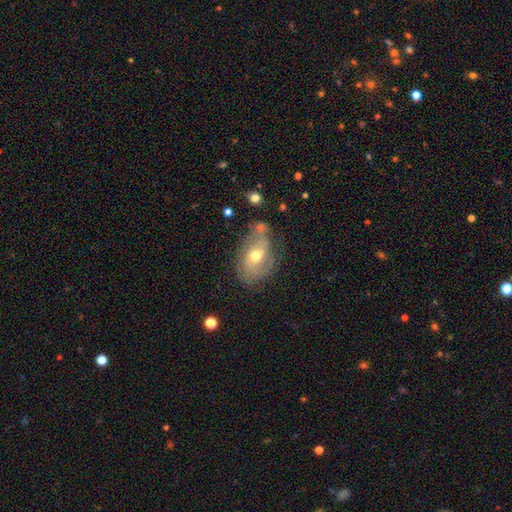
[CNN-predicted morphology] Smooth or featured? Predicted: featured or disk (p=0.52). Edge-on disk? Predicted: no (p=0.94). Merging? Predicted: none (p=0.46).